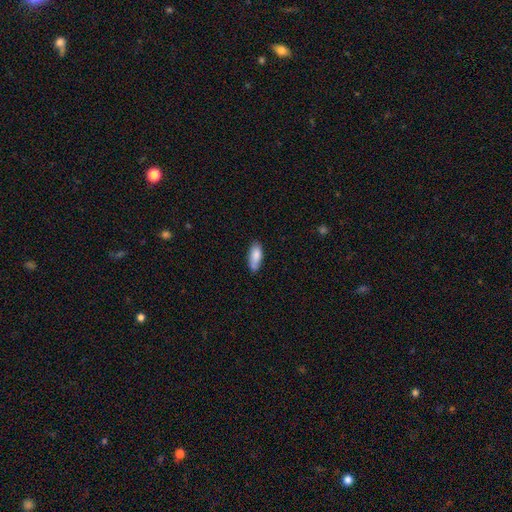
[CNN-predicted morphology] A smooth galaxy with no disk features (83%) that is in between round and cigar-shaped (78%).

Vote fractions:
- Smooth or featured? smooth: 83% / featured or disk: 10% / star or artifact: 6%
- How rounded? in between: 78% / cigar-shaped: 20% / round: 2%
- Merging? none: 68% / minor disturbance: 24% / major disturbance: 4% / merger: 4%